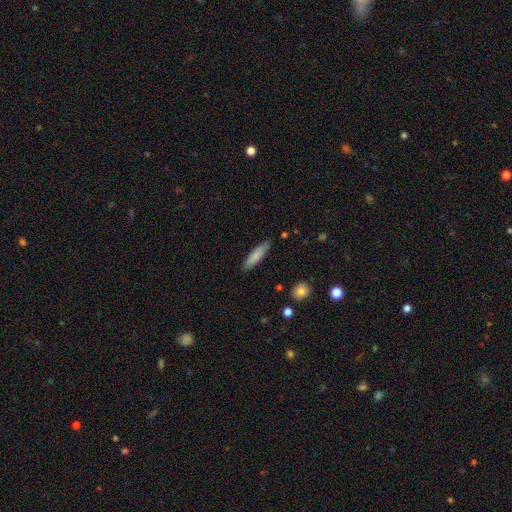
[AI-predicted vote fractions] A smooth galaxy with no disk features (80%) that is cigar-shaped (77%). Merging: none (87%).